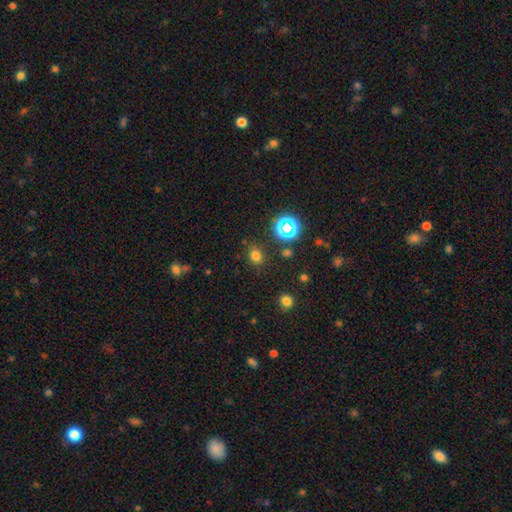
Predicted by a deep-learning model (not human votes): This is likely a smooth galaxy (70%). How rounded: possibly round (60%). Merging: clearly none (82%).